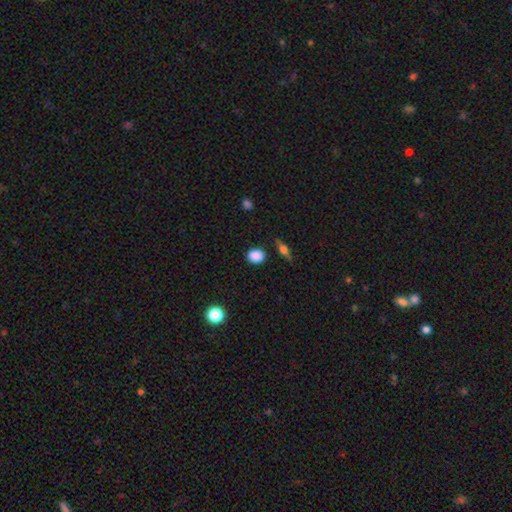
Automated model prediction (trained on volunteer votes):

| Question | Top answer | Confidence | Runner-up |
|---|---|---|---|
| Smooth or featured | smooth | 86% | star or artifact (9%) |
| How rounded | round | 53% | in between (45%) |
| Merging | none | 83% | minor disturbance (12%) |